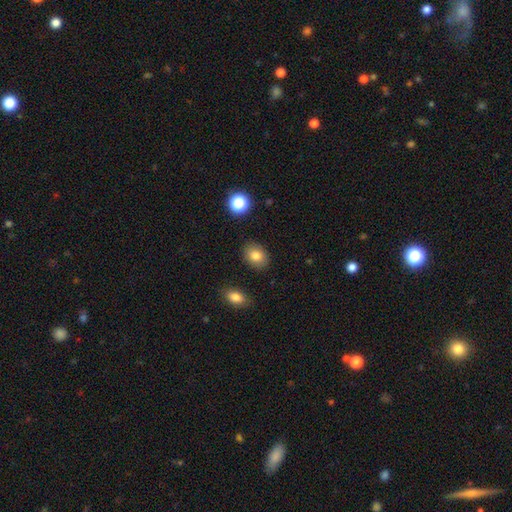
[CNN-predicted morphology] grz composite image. It shows a smooth galaxy with no disk features (82%) that is in between round and cigar-shaped (60%). Merging: none (87%).